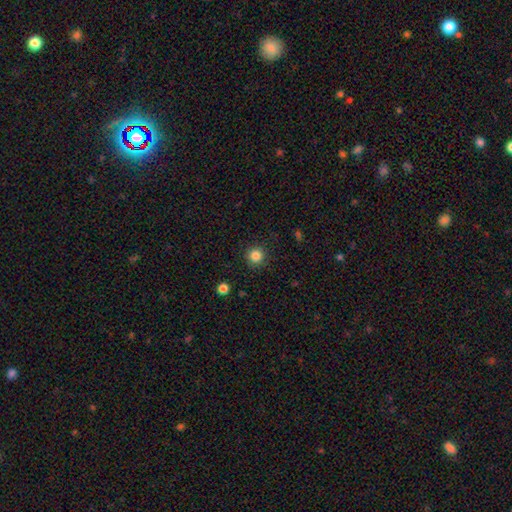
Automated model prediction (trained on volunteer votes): This appears to be a smooth galaxy with no disk features (84%) that is round (95%). Merging: none (90%).